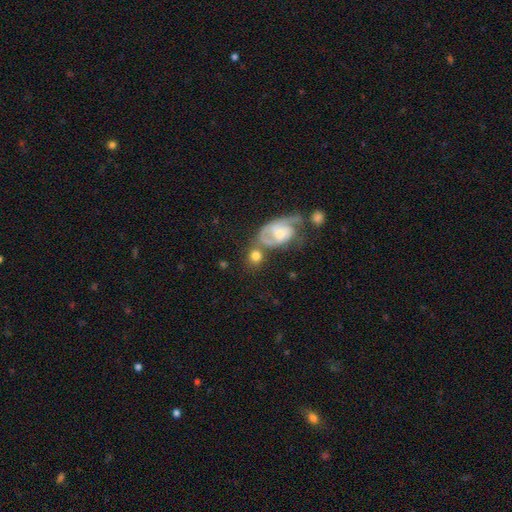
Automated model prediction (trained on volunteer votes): smooth 66%, featured or disk 25%, star or artifact 8%. Down the decision tree: how rounded — round (72%); merging — none (50%).